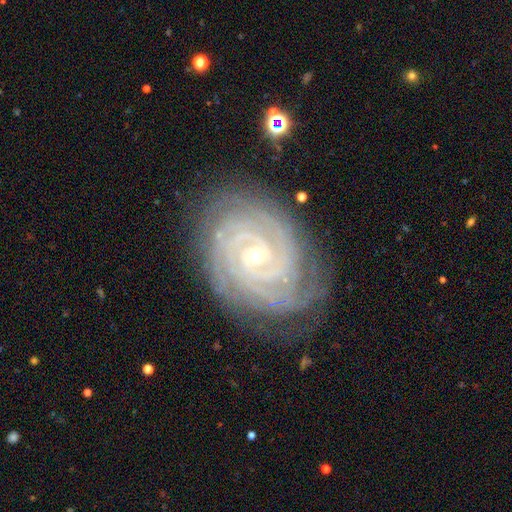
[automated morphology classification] This appears to be a featured or disk galaxy (92%) with no bar (56%), 4 (25%) tight (86%) spiral arms (99%) and a small central bulge (74%). Merging: none (79%).